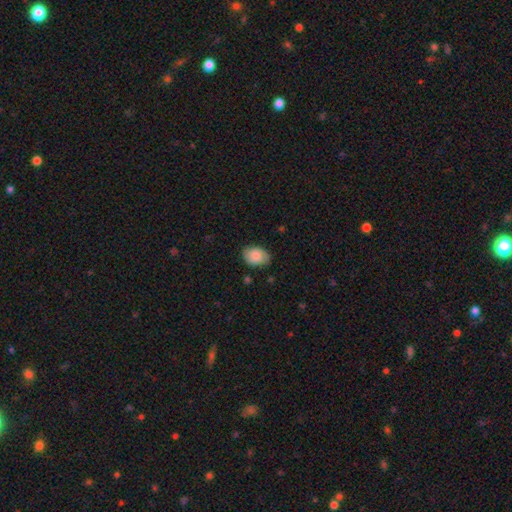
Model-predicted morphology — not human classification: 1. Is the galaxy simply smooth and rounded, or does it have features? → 79% smooth, 14% featured or disk, 7% star or artifact.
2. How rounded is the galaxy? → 76% in between, 23% round, 1% cigar-shaped.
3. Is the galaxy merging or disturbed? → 78% none, 17% minor disturbance, 3% major disturbance, 1% merger.